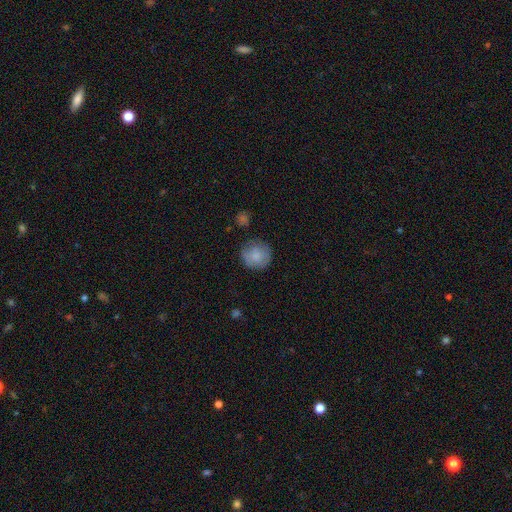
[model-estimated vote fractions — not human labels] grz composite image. It shows a smooth galaxy with no disk features (78%) that is round (92%). Merging: none (73%).